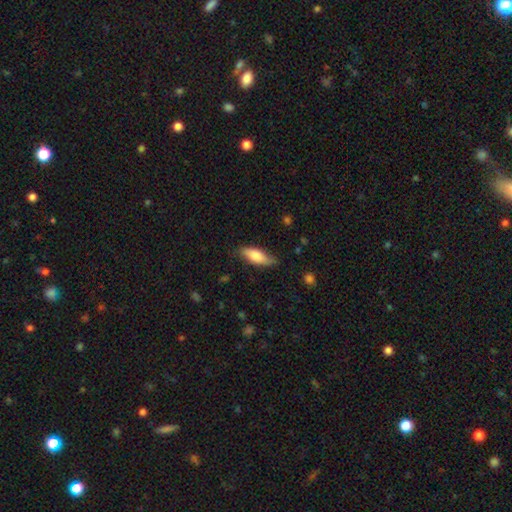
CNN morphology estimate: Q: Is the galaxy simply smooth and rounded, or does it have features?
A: smooth — 74%.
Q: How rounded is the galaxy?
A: in between — 66%.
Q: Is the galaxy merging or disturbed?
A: none — 75%.